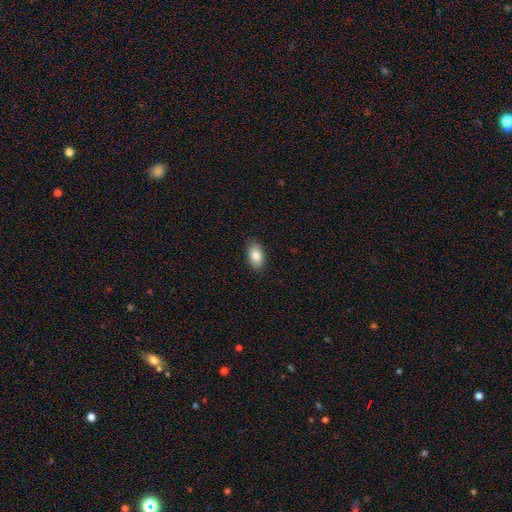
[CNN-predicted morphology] type=smooth (86%); roundness=in between (91%); merging=none (88%).